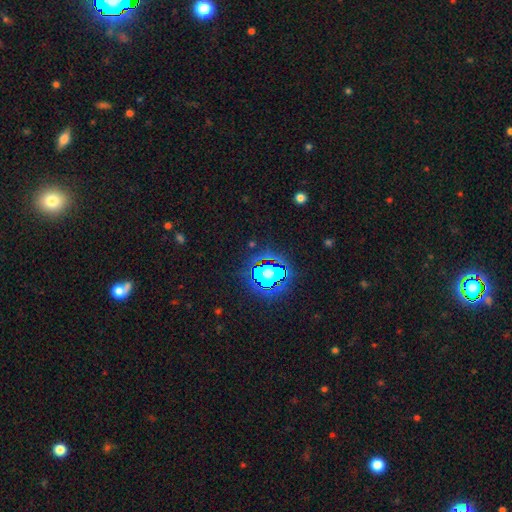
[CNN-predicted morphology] star or artifact 80%, smooth 13%, featured or disk 7%.